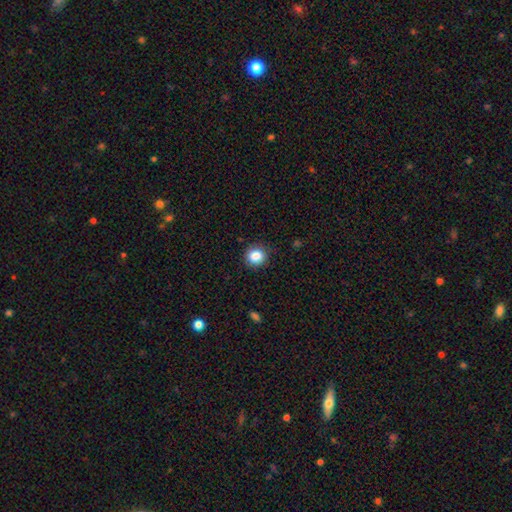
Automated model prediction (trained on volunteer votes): Overall: smooth (85%). How rounded: round (82%). Merging: none (87%).